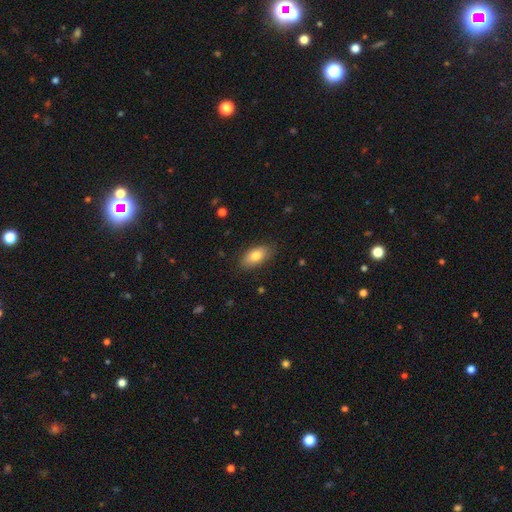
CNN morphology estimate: smooth-or-featured: smooth: 79% | featured or disk: 14% | star or artifact: 7%
  how-rounded: in between: 90% | cigar-shaped: 6% | round: 4%
  merging: none: 83% | minor disturbance: 13% | major disturbance: 3% | merger: 1%